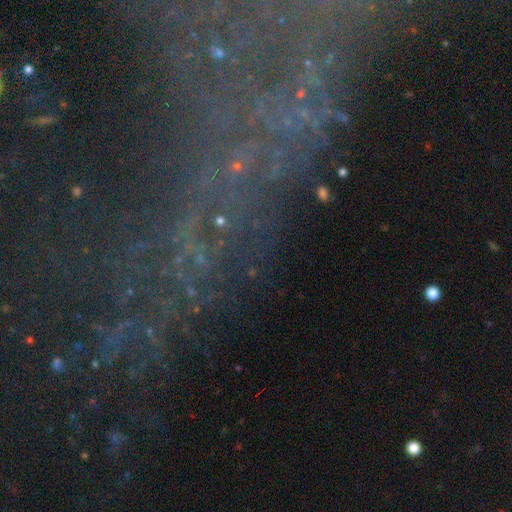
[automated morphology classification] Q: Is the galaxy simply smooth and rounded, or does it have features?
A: star or artifact — 61%.